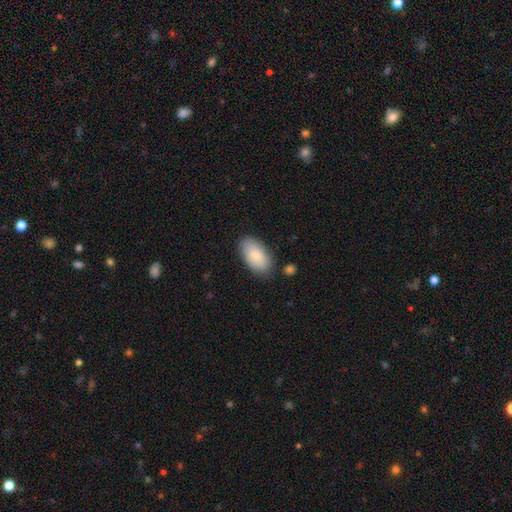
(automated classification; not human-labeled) smooth 83%, featured or disk 11%, star or artifact 6%. Down the decision tree: how rounded — in between (95%); merging — none (80%).